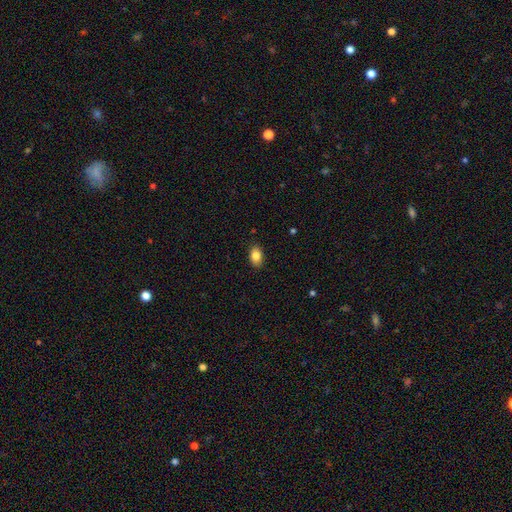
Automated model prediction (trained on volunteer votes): Overall: smooth (85%). How rounded: in between (87%). Merging: none (87%).